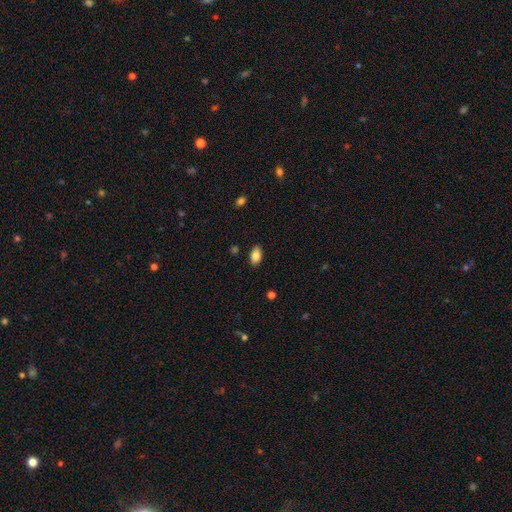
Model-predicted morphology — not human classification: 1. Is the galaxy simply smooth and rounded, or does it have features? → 85% smooth, 8% star or artifact, 7% featured or disk.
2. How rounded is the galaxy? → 91% in between, 7% round, 2% cigar-shaped.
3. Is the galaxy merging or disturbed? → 87% none, 9% minor disturbance, 2% major disturbance, 1% merger.